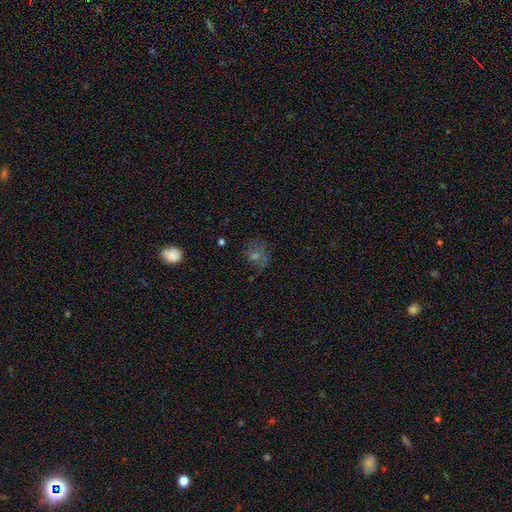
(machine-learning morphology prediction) Smooth or featured? Predicted: smooth (p=0.40). Merging? Predicted: none (p=0.59).